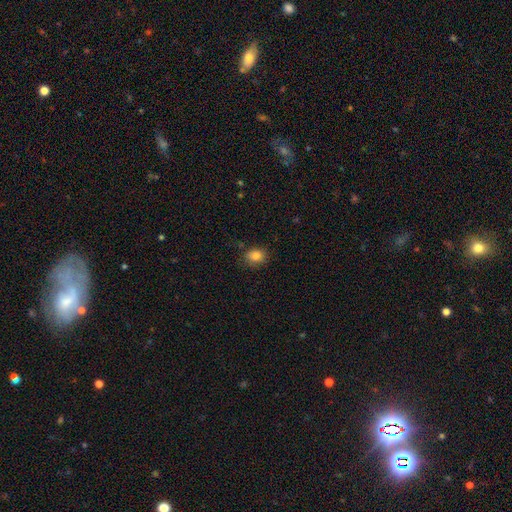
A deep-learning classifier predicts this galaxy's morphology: Smooth or featured: smooth — 83% (star or artifact — 11%)
How rounded: in between — 51% (round — 48%)
Merging: none — 80% (minor disturbance — 15%)